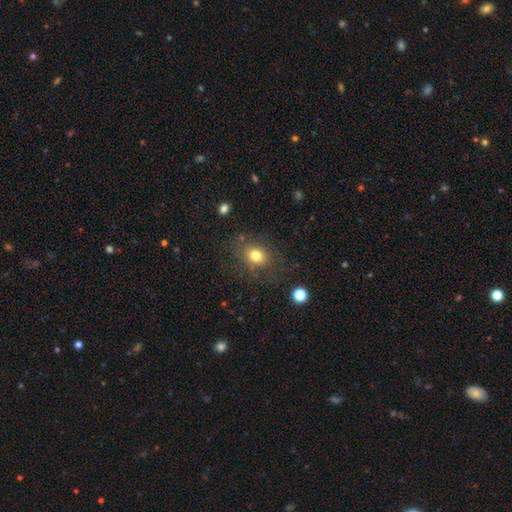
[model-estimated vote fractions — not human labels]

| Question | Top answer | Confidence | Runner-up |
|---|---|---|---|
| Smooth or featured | smooth | 75% | star or artifact (13%) |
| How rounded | round | 55% | in between (45%) |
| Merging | none | 74% | minor disturbance (15%) |